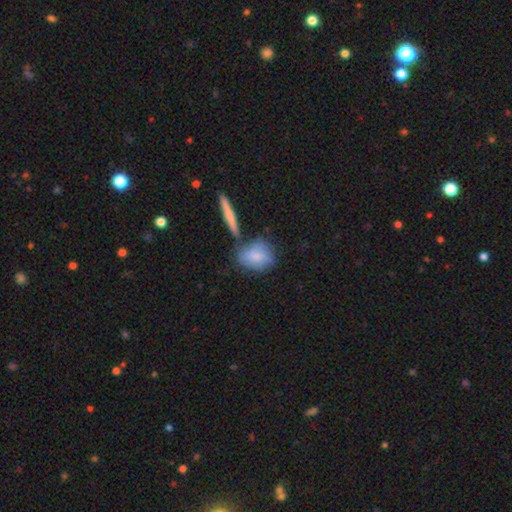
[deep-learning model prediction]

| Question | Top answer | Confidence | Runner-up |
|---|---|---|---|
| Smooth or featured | smooth | 75% | featured or disk (18%) |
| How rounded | in between | 65% | round (28%) |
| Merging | none | 55% | merger (19%) |